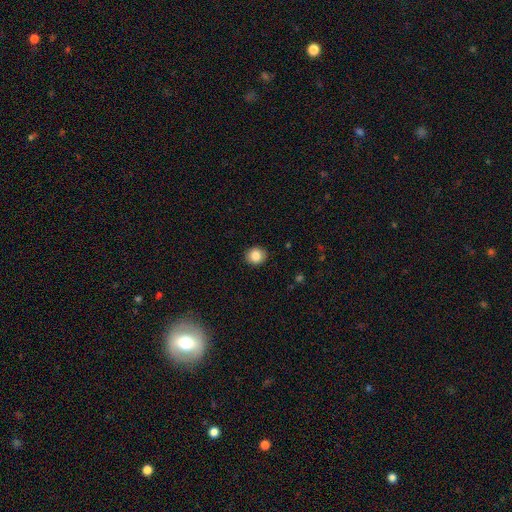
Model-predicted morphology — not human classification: This appears to be a smooth galaxy with no disk features (85%) that is round (85%). Merging: none (92%).